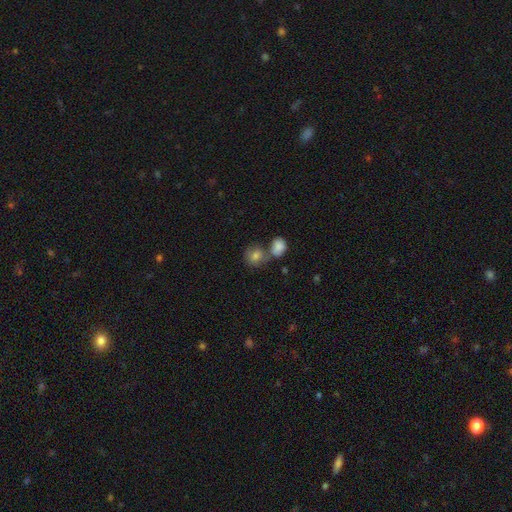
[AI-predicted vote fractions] Smooth or featured?
  - smooth: 80% *
  - featured or disk: 11%
  - star or artifact: 9%
How rounded?
  - round: 72% *
  - in between: 27%
  - cigar-shaped: 1%
Merging?
  - merger: 45% *
  - none: 38%
  - minor disturbance: 12%
  - major disturbance: 5%